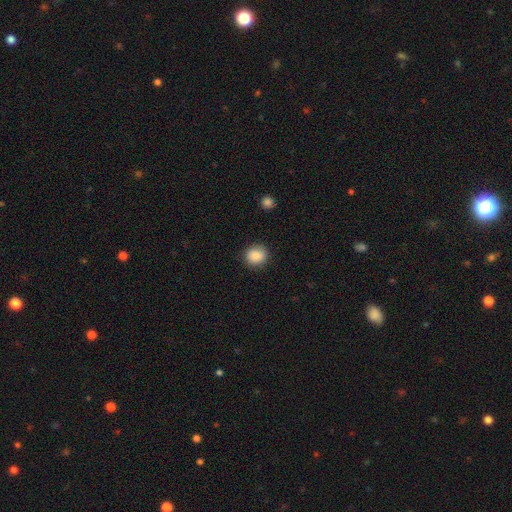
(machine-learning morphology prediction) Smooth or featured?
  - smooth: 87% *
  - star or artifact: 8%
  - featured or disk: 5%
How rounded?
  - round: 82% *
  - in between: 17%
  - cigar-shaped: 1%
Merging?
  - none: 87% *
  - minor disturbance: 10%
  - major disturbance: 2%
  - merger: 1%